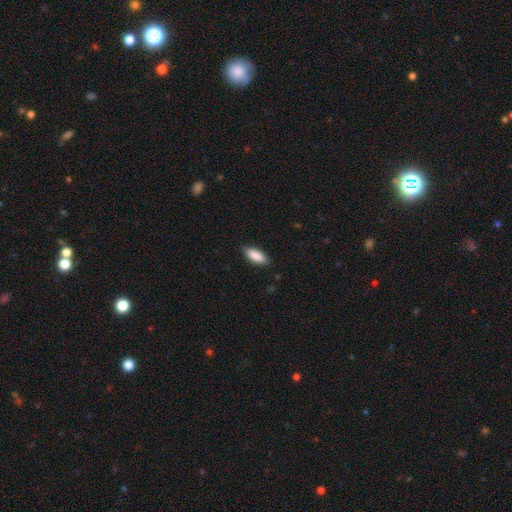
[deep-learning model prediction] The model was most divided on "how rounded": in between: 78%, cigar-shaped: 20%, round: 2%. More confident: smooth or featured — smooth (88%); merging — none (85%).